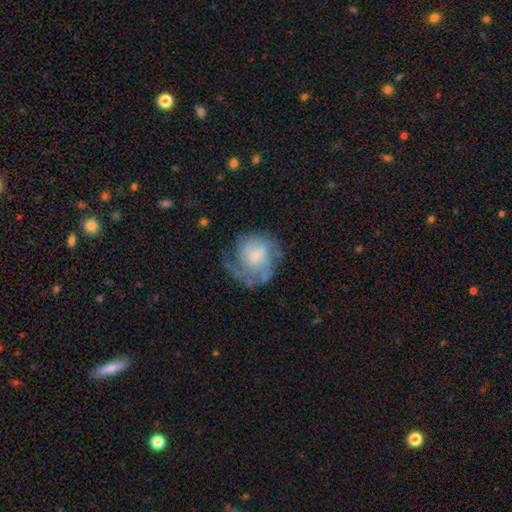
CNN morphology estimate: Q: Smooth or featured?
A: featured or disk (64%); runner-up: smooth (28%)
Q: Edge-on disk?
A: no (98%); runner-up: yes (2%)
Q: Bar?
A: no (65%); runner-up: weak (30%)
Q: Spiral arms?
A: yes (84%); runner-up: no (16%)
Q: Spiral winding?
A: tight (39%); tied with: medium (39%)
Q: Spiral arm count?
A: can't tell (31%); runner-up: 2 (24%)
Q: Bulge size?
A: moderate (28%); runner-up: none (27%)
Q: Merging?
A: none (52%); runner-up: major disturbance (23%)